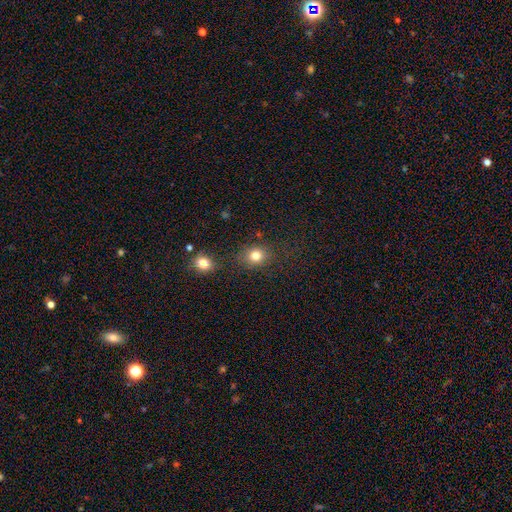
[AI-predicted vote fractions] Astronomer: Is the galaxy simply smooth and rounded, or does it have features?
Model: smooth — 81%.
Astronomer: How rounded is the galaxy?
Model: round — 67%.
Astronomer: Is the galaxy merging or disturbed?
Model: none — 77%.